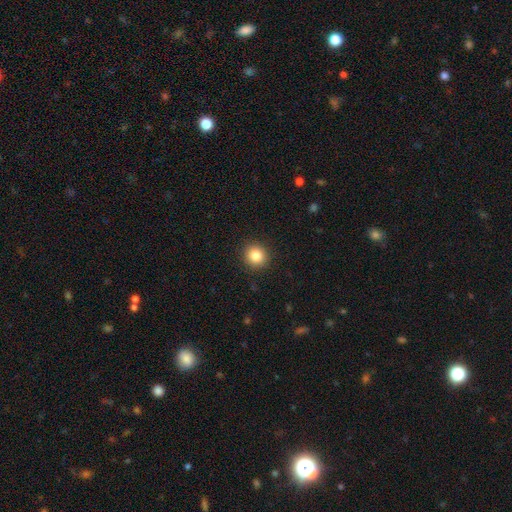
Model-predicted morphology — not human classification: smooth 84%, star or artifact 10%, featured or disk 5%. Down the decision tree: how rounded — round (92%); merging — none (91%).